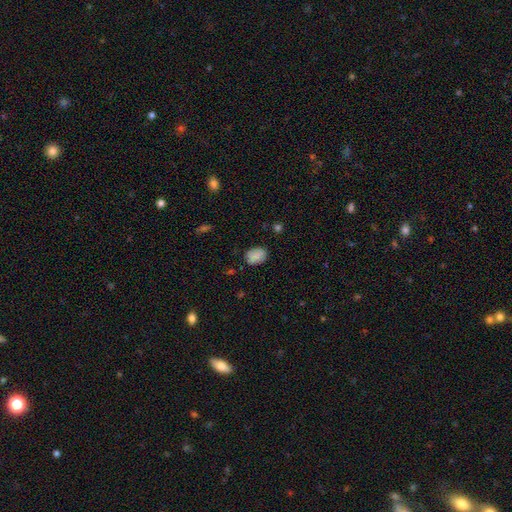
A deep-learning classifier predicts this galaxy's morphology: smooth_or_featured: smooth (p=0.87) [alt: star or artifact p=0.08]
how_rounded: in between (p=0.77) [alt: round p=0.22]
merging: none (p=0.80) [alt: minor disturbance p=0.15]